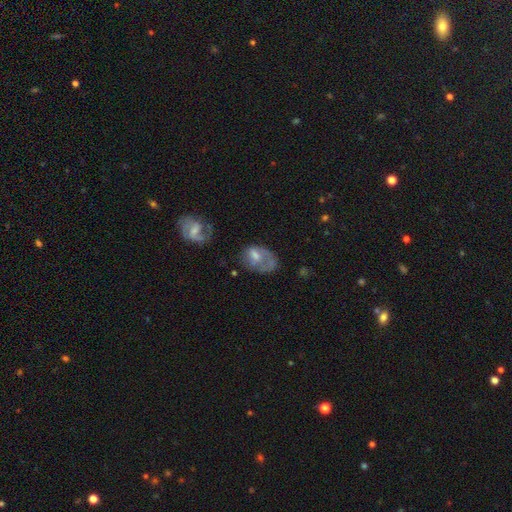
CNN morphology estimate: A smooth galaxy with no disk features (46%).

Vote fractions:
- Smooth or featured? smooth: 46% / featured or disk: 45% / star or artifact: 9%
- Merging? none: 36% / major disturbance: 33% / minor disturbance: 26% / merger: 5%